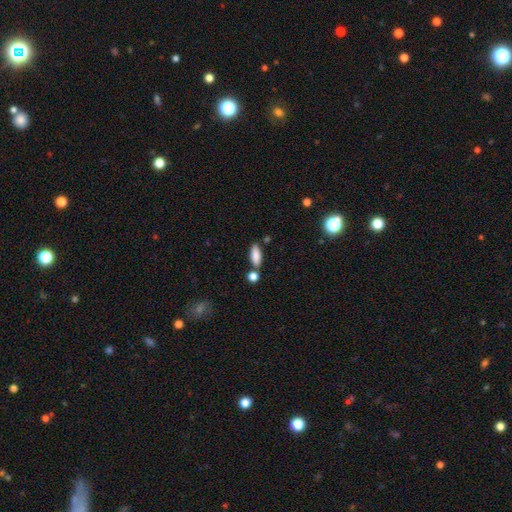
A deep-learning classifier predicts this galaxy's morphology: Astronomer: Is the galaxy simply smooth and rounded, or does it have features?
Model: smooth — 85%.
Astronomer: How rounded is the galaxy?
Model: in between — 74%.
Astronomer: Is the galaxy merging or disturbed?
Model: none — 71%.